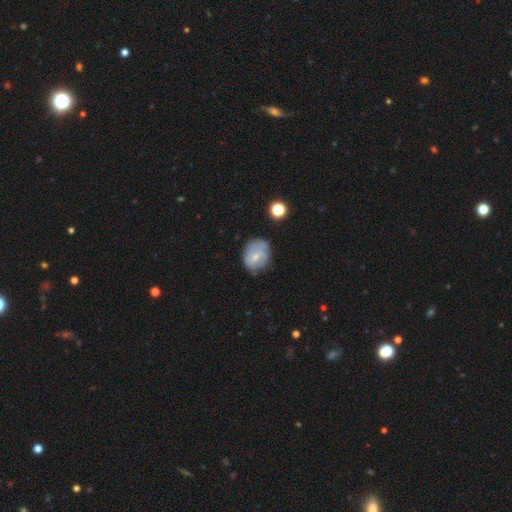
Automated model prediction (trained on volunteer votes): Smooth or featured? featured or disk (49%)
Merging? none (56%)